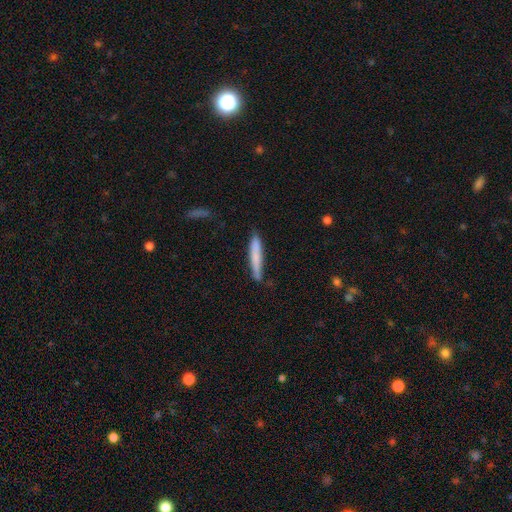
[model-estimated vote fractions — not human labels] smooth_or_featured: smooth (p=0.74) [alt: featured or disk p=0.21]
how_rounded: cigar-shaped (p=0.94) [alt: in between p=0.05]
merging: none (p=0.78) [alt: minor disturbance p=0.17]